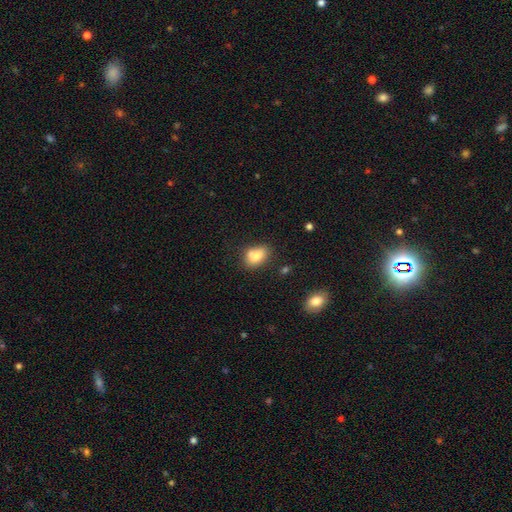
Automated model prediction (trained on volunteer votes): This appears to be a smooth galaxy with no disk features (79%) that is in between round and cigar-shaped (79%). Merging: none (56%).